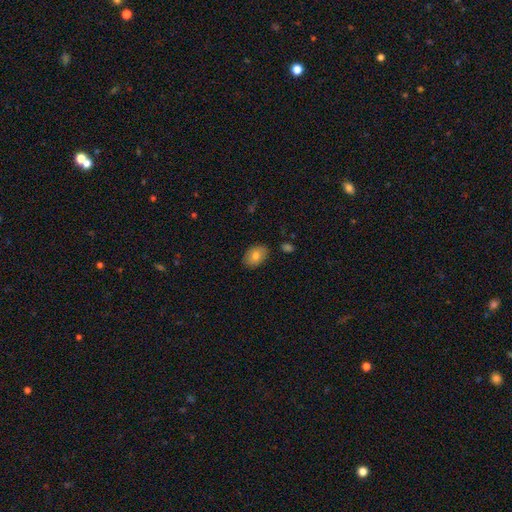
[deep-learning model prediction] Morphology: type=smooth (78%); roundness=in between (82%); merging=none (84%).